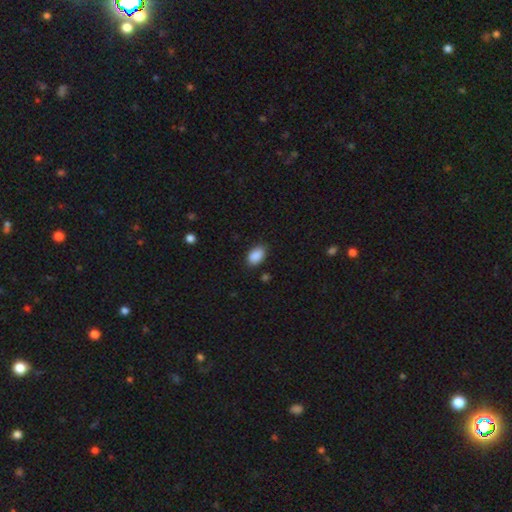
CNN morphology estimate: A smooth galaxy with no disk features (89%) that is in between round and cigar-shaped (90%). Merging: none (84%).